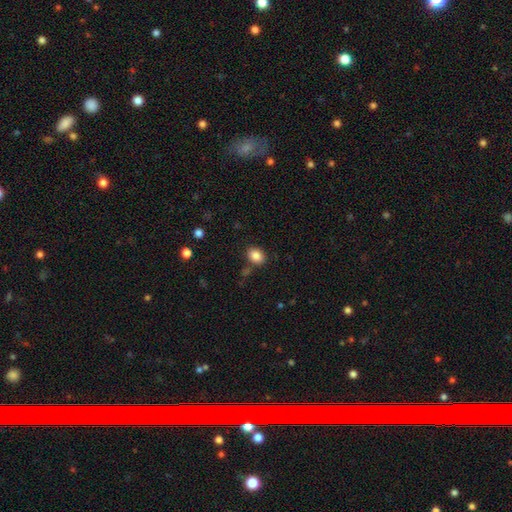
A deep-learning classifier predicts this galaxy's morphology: Overall: smooth (86%). How rounded: in between (60%; round 39%). Merging: none (81%).